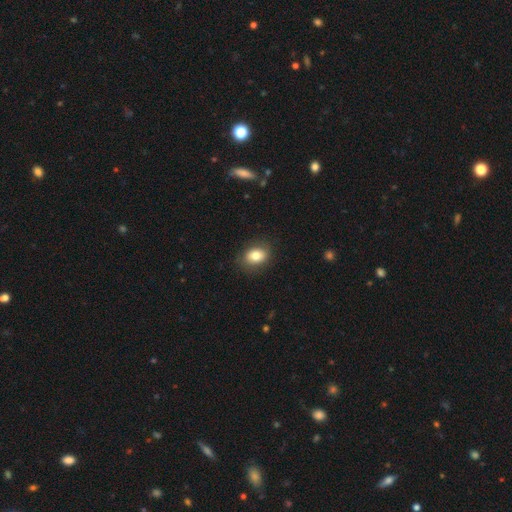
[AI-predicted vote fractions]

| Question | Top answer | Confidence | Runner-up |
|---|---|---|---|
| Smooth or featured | smooth | 80% | featured or disk (11%) |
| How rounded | in between | 63% | round (36%) |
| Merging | none | 84% | minor disturbance (12%) |